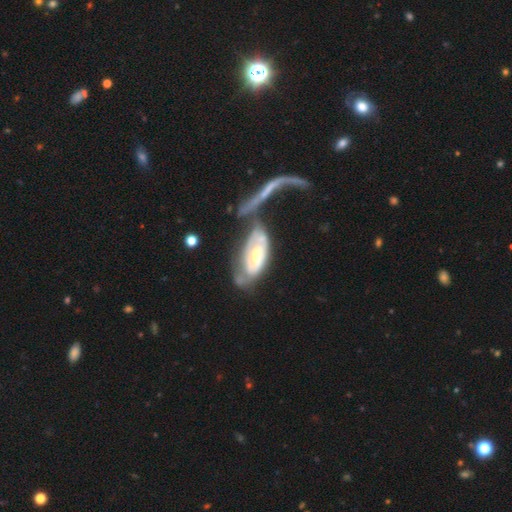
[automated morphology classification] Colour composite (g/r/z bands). It shows a featured or disk galaxy (73%) with no bar (58%), spiral arms (74%) and a moderate central bulge (60%). Merging: merger (30%).